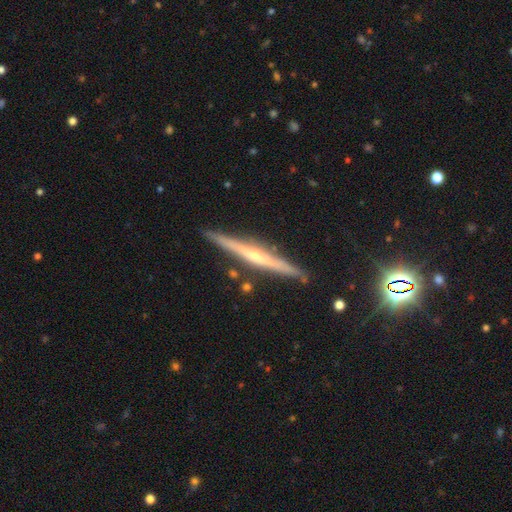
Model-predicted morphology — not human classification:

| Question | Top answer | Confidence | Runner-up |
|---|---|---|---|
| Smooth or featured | featured or disk | 78% | smooth (16%) |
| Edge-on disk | yes | 98% | no (2%) |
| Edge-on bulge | rounded | 70% | none (25%) |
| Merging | none | 88% | minor disturbance (8%) |